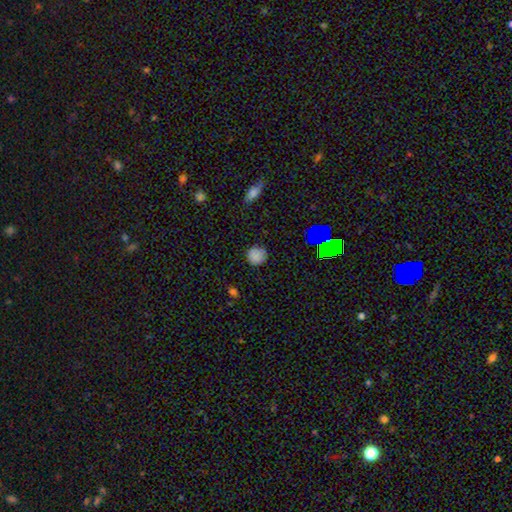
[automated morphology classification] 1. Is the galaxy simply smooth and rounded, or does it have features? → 82% smooth, 13% star or artifact, 5% featured or disk.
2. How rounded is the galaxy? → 92% round, 7% in between, 1% cigar-shaped.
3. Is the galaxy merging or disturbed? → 85% none, 11% minor disturbance, 3% major disturbance, 1% merger.